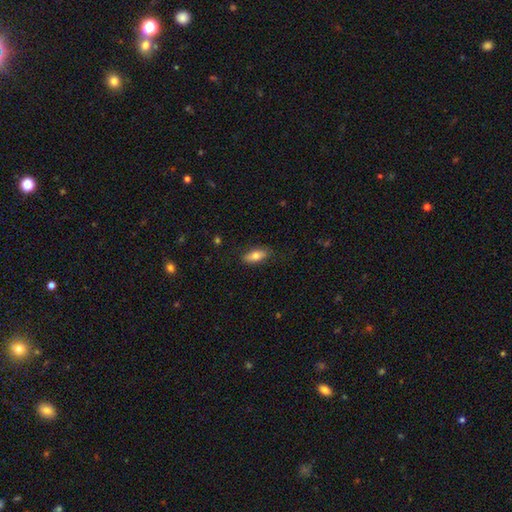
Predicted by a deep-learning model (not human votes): smooth 73%, featured or disk 20%, star or artifact 7%. Down the decision tree: how rounded — in between (79%); merging — none (84%).